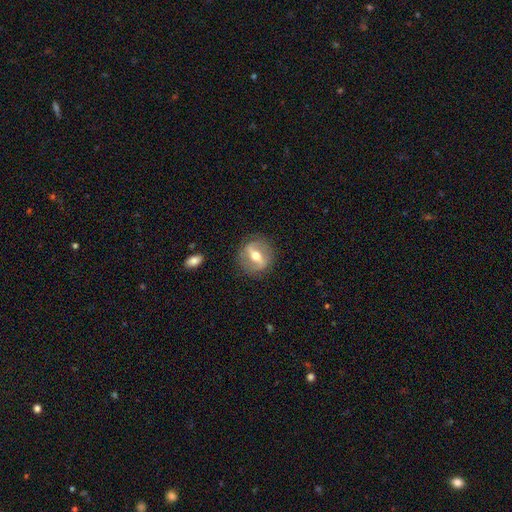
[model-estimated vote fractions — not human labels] This appears to be a featured or disk galaxy (68%) with a strong bar (67%), no spiral arms (61%) and a moderate central bulge (74%). Merging: none (83%).